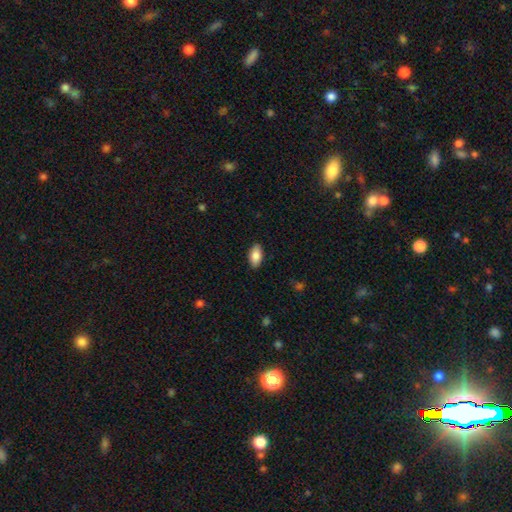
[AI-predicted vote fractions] smooth 87%, featured or disk 7%, star or artifact 6%. Down the decision tree: how rounded — in between (93%); merging — none (87%).